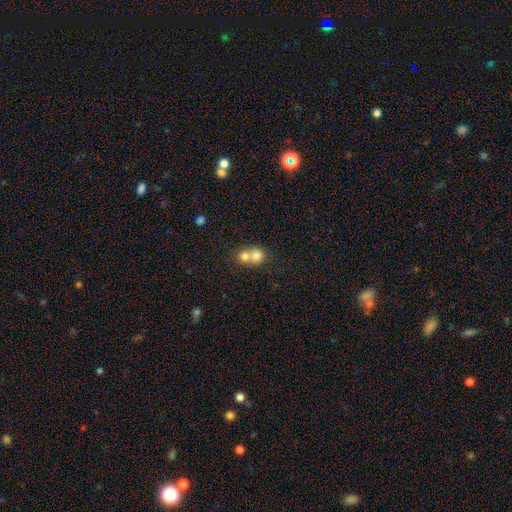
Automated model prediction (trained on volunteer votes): smooth 76%, featured or disk 15%, star or artifact 10%. Down the decision tree: how rounded — round (81%); merging — merger (70%).